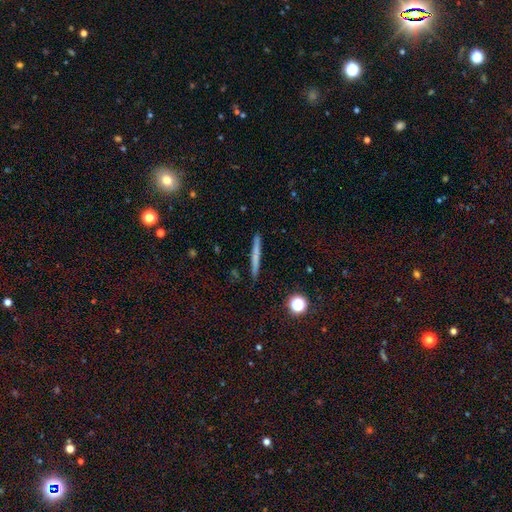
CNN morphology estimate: The model was most divided on "smooth or featured": smooth: 61%, featured or disk: 30%, star or artifact: 9%. More confident: how rounded — cigar-shaped (95%); merging — none (90%).